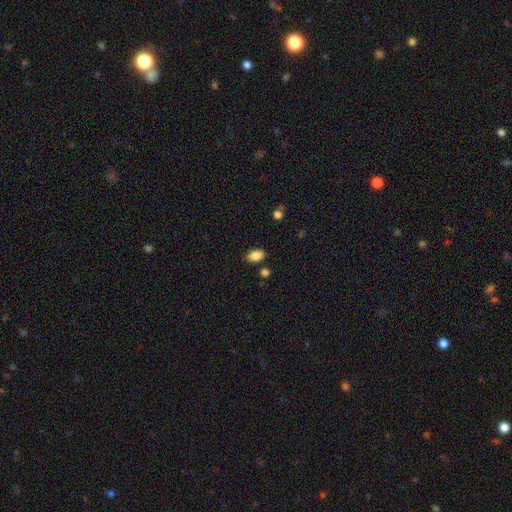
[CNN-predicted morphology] Overall: smooth (86%). How rounded: in between (89%). Merging: none (82%).